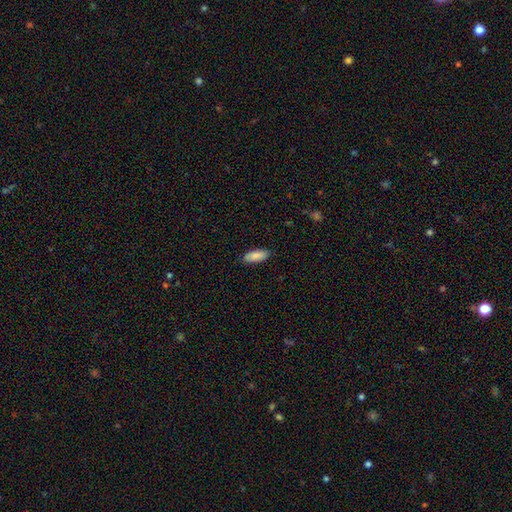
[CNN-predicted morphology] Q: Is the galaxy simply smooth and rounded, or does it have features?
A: smooth — 87%.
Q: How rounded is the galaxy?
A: in between — 77%.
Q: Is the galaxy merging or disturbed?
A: none — 86%.